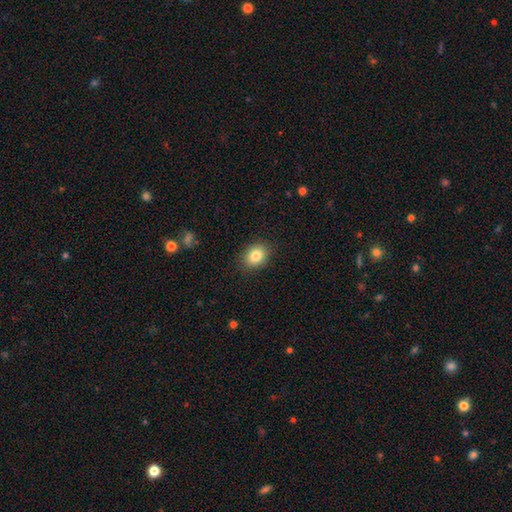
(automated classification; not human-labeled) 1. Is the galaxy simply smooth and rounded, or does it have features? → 83% smooth, 9% star or artifact, 8% featured or disk.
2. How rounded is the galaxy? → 58% in between, 41% round, 1% cigar-shaped.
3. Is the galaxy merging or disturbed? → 88% none, 9% minor disturbance, 2% major disturbance, 1% merger.